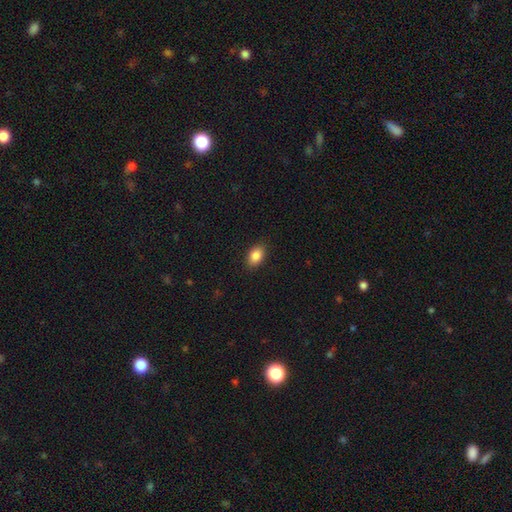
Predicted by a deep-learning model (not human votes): smooth-or-featured: smooth: 86% | star or artifact: 8% | featured or disk: 6%
  how-rounded: in between: 86% | round: 12% | cigar-shaped: 2%
  merging: none: 88% | minor disturbance: 9% | major disturbance: 2% | merger: 1%